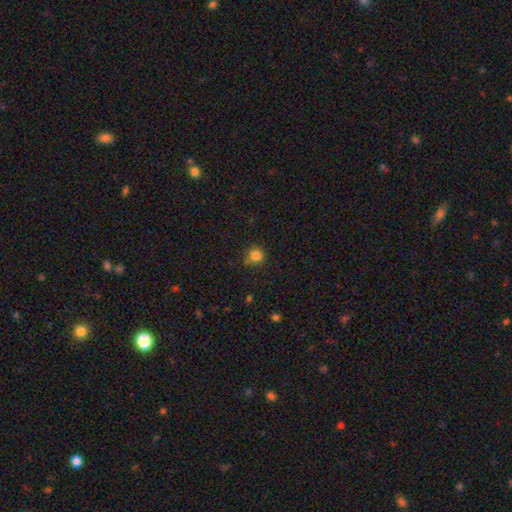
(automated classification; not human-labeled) smooth 83%, star or artifact 13%, featured or disk 5%. Down the decision tree: how rounded — round (93%); merging — none (80%).